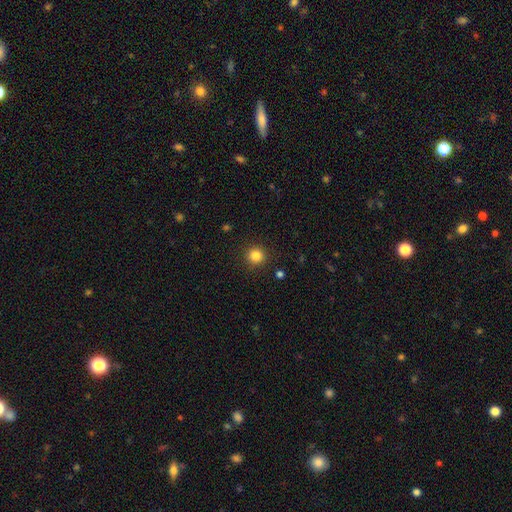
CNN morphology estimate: This is clearly a smooth galaxy (83%). How rounded: clearly round (94%). Merging: clearly none (91%).